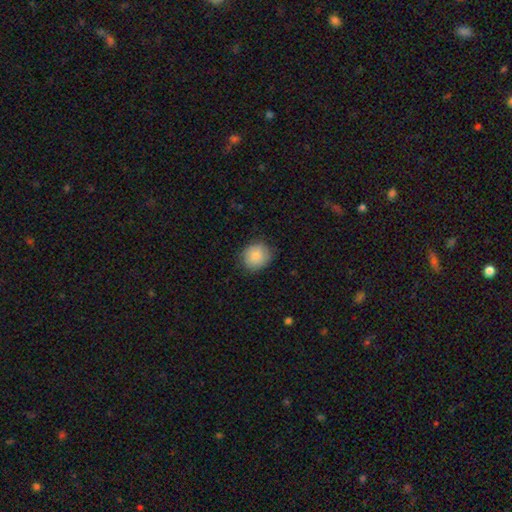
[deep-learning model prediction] This is clearly a smooth galaxy (83%). How rounded: likely round (79%). Merging: clearly none (83%).